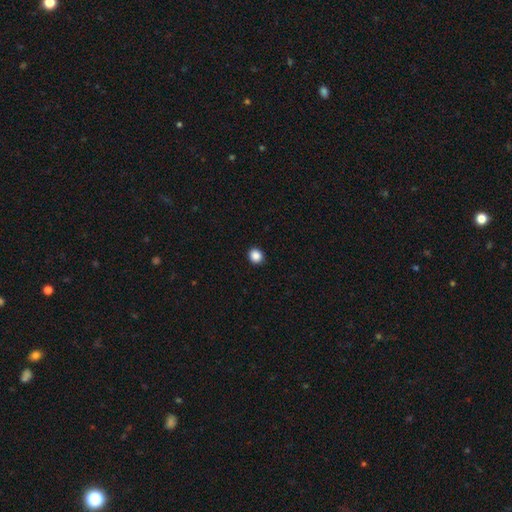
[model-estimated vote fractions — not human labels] smooth_or_featured: smooth (p=0.88) [alt: star or artifact p=0.10]
how_rounded: round (p=0.86) [alt: in between p=0.13]
merging: none (p=0.93) [alt: minor disturbance p=0.05]